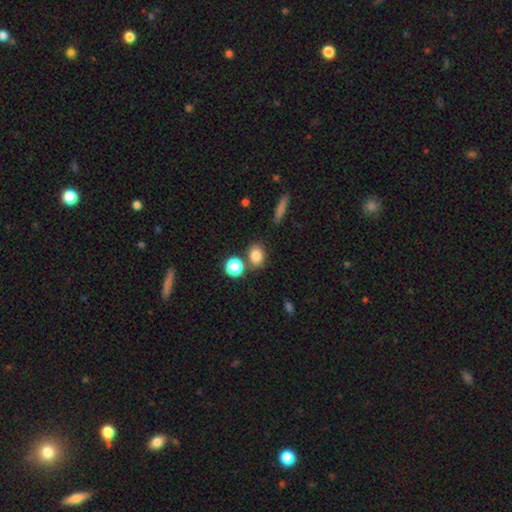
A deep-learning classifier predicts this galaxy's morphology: A smooth galaxy with no disk features (81%) that is in between round and cigar-shaped (56%). Merging: none (72%).